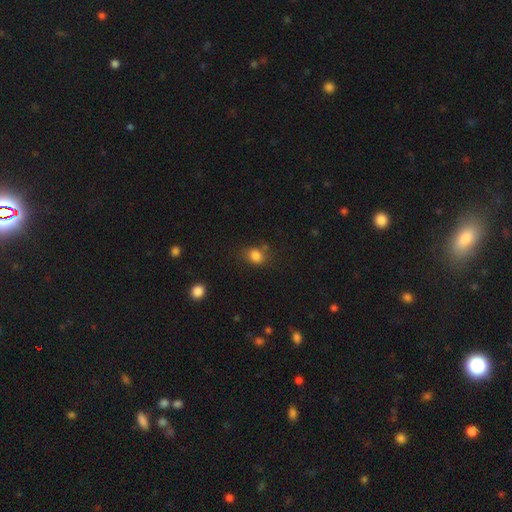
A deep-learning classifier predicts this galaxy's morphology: This appears to be a smooth galaxy with no disk features (83%) that is in between round and cigar-shaped (50%). Merging: none (69%).